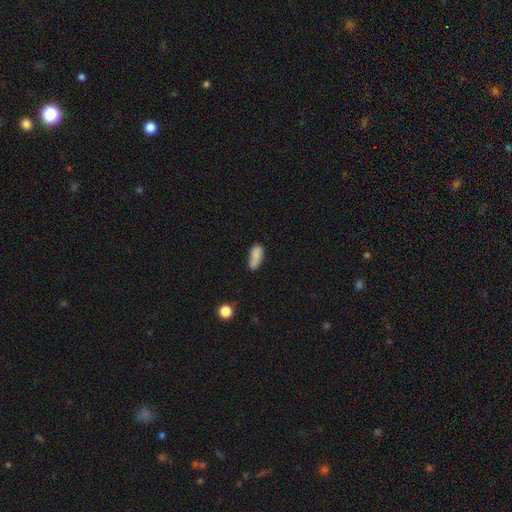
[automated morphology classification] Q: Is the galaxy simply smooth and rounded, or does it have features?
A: smooth — 81%.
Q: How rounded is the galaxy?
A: in between — 79%.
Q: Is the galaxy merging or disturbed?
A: none — 55%.